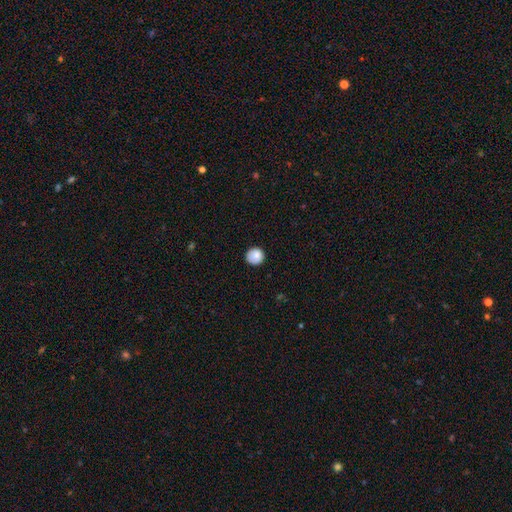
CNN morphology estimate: smooth_or_featured: smooth (p=0.86) [alt: star or artifact p=0.09]
how_rounded: round (p=0.93) [alt: in between p=0.06]
merging: none (p=0.87) [alt: minor disturbance p=0.10]